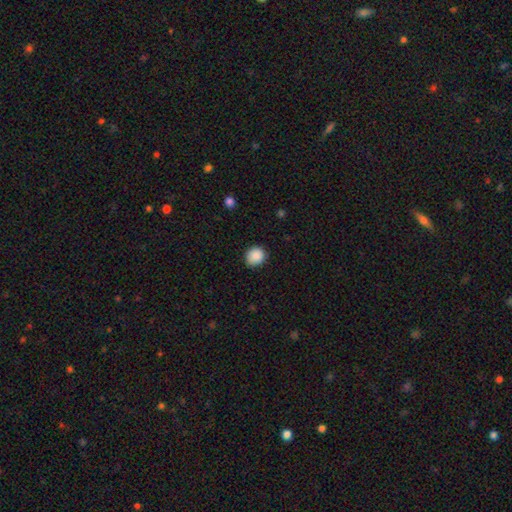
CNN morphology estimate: This appears to be a smooth galaxy with no disk features (88%) that is round (82%). Merging: none (85%).